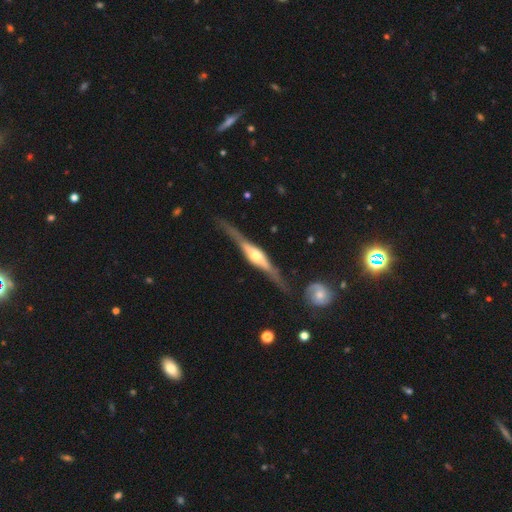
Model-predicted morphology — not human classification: Smooth or featured?
  - featured or disk: 83% *
  - smooth: 13%
  - star or artifact: 4%
Edge-on disk?
  - yes: 96% *
  - no: 4%
Edge-on bulge?
  - rounded: 85% *
  - boxy: 12%
  - none: 3%
Merging?
  - none: 80% *
  - minor disturbance: 13%
  - major disturbance: 4%
  - merger: 2%